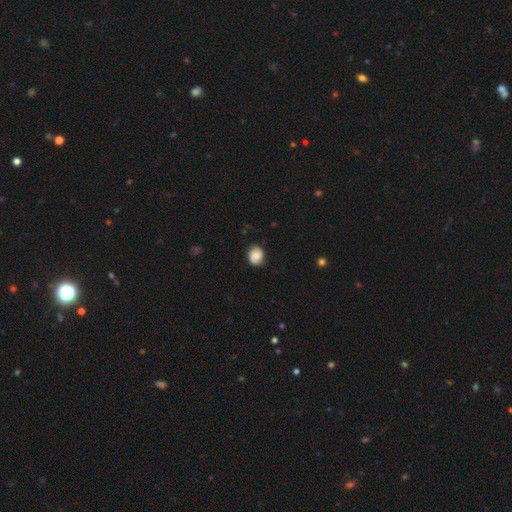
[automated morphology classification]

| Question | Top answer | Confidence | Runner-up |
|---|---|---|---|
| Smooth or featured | smooth | 72% | featured or disk (20%) |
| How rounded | round | 65% | in between (35%) |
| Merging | none | 78% | minor disturbance (17%) |